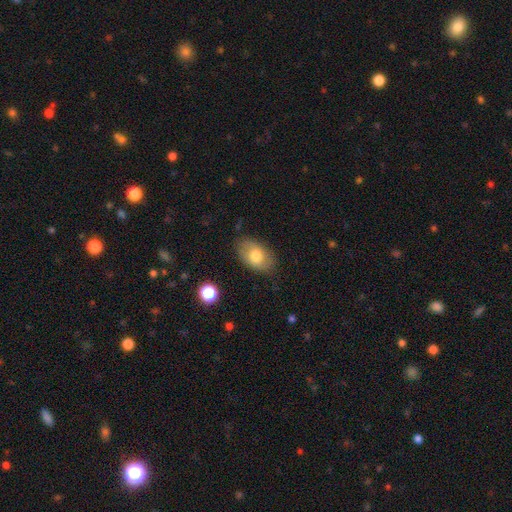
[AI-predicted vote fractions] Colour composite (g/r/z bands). It shows a smooth galaxy with no disk features (71%) that is in between round and cigar-shaped (88%). Merging: none (79%).